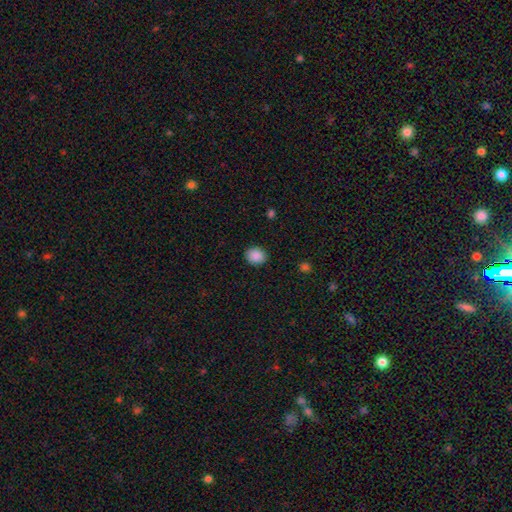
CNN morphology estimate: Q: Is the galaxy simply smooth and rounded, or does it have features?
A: smooth — 89%.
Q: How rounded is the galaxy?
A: round — 63%.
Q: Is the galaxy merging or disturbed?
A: none — 89%.